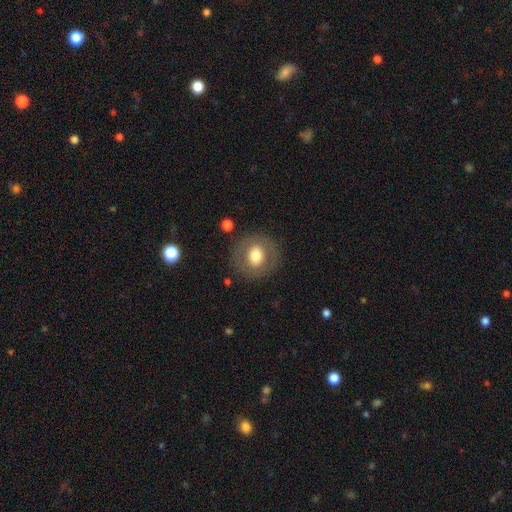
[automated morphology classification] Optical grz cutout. It shows a smooth galaxy with no disk features (65%) that is round (84%). Merging: none (83%).